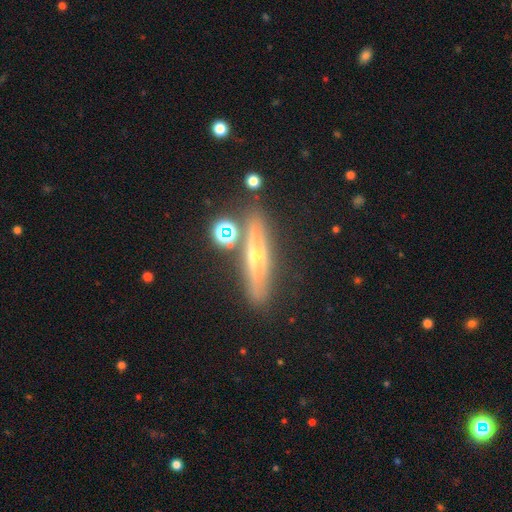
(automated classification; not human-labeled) This is possibly a featured or disk galaxy (59%). It is clearly viewed edge-on (87%). Edge-on bulge: clearly rounded (88%). Merging: clearly none (80%).